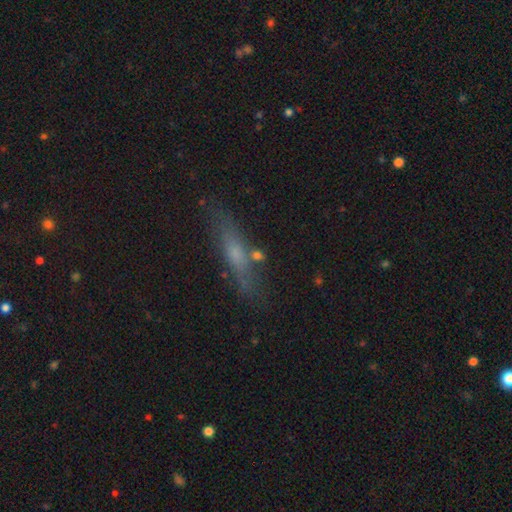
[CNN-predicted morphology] Smooth or featured? Predicted: smooth (p=0.54). How rounded? Predicted: cigar-shaped (p=0.77). Merging? Predicted: none (p=0.74).